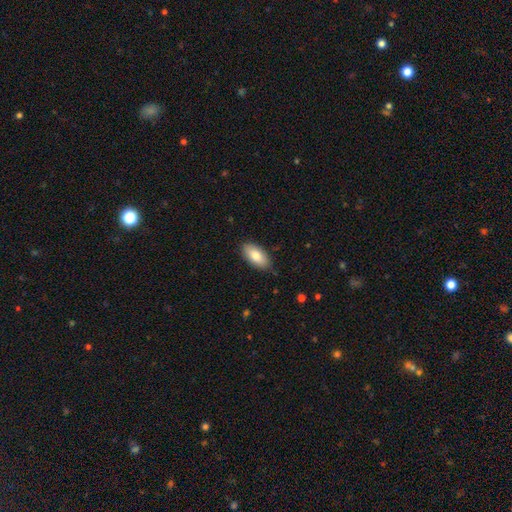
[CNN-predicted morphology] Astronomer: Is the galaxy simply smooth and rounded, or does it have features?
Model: smooth — 82%.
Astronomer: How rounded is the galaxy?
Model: in between — 92%.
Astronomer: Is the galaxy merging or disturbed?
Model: none — 85%.